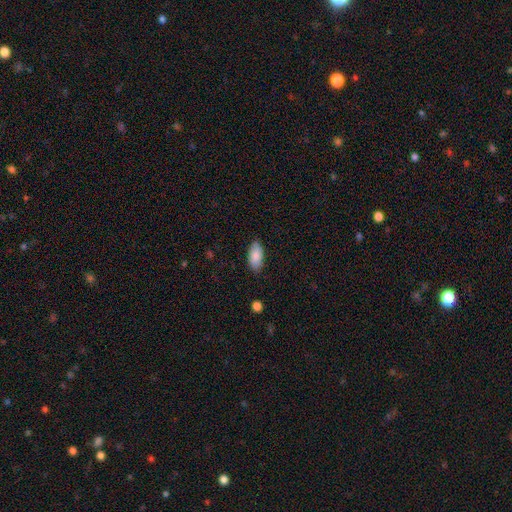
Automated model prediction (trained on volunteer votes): Smooth or featured? Predicted: smooth (p=0.85). How rounded? Predicted: in between (p=0.92). Merging? Predicted: none (p=0.84).